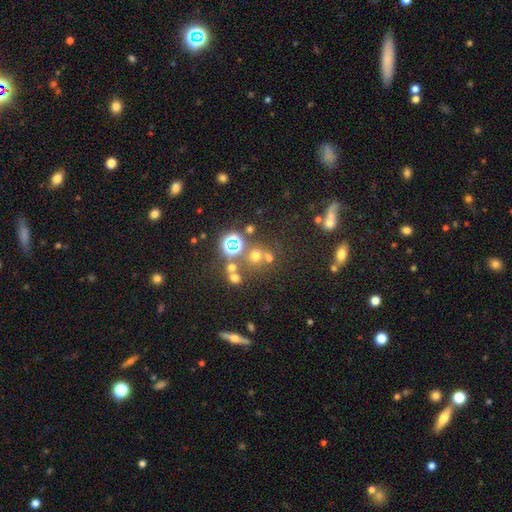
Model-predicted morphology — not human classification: A smooth galaxy with no disk features (53%) that is round (84%).

Vote fractions:
- Smooth or featured? smooth: 53% / star or artifact: 34% / featured or disk: 13%
- How rounded? round: 84% / in between: 14% / cigar-shaped: 1%
- Merging? none: 59% / merger: 26% / minor disturbance: 9% / major disturbance: 6%